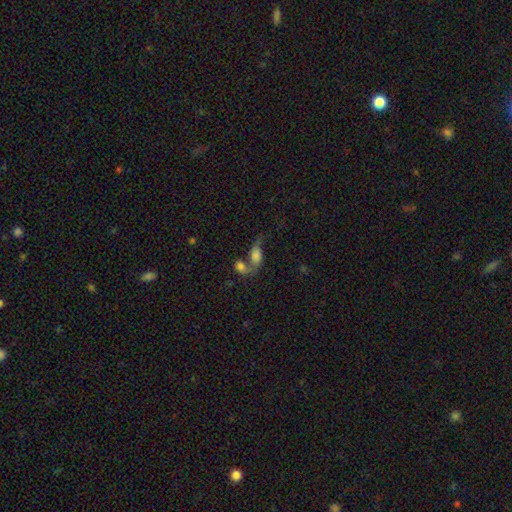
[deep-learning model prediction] Smooth or featured?
  - smooth: 51% *
  - featured or disk: 36%
  - star or artifact: 12%
How rounded?
  - in between: 77% *
  - round: 15%
  - cigar-shaped: 8%
Merging?
  - merger: 60% *
  - none: 18%
  - major disturbance: 13%
  - minor disturbance: 9%